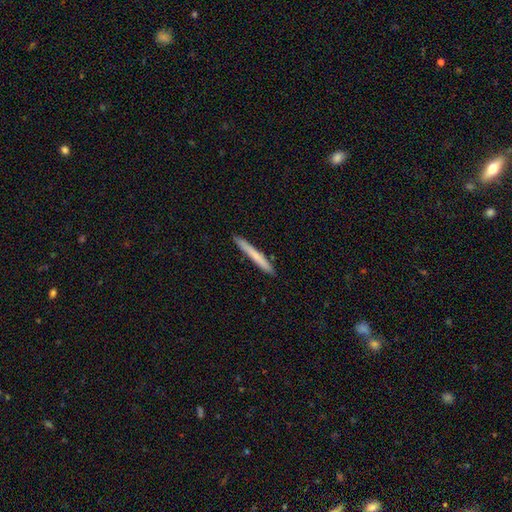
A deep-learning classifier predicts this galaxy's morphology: The model was most divided on "smooth or featured": smooth: 70%, featured or disk: 25%, star or artifact: 6%. More confident: how rounded — cigar-shaped (97%); merging — none (90%).